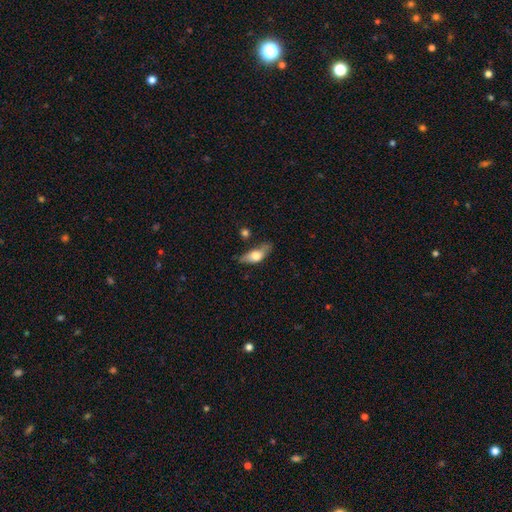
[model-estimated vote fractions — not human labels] Morphology: type=smooth (60%); roundness=in between (70%); merging=none (49%).